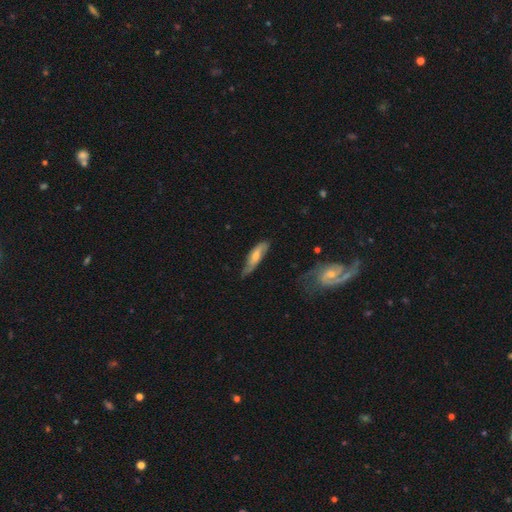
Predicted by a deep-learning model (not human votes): A smooth galaxy with no disk features (48%).

Vote fractions:
- Smooth or featured? smooth: 48% / featured or disk: 46% / star or artifact: 6%
- Merging? none: 56% / minor disturbance: 32% / major disturbance: 10% / merger: 2%